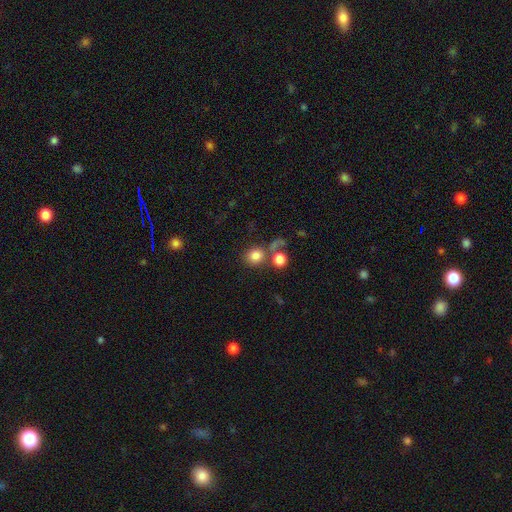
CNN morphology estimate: A smooth galaxy with no disk features (80%) that is round (84%). Merging: none (54%).